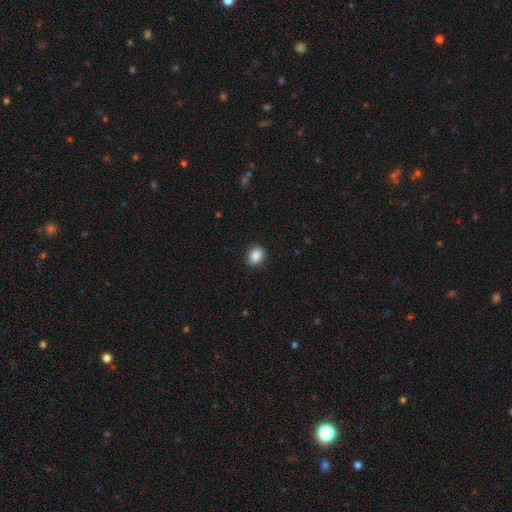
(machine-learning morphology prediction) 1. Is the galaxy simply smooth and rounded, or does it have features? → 88% smooth, 8% star or artifact, 3% featured or disk.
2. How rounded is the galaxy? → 54% in between, 45% round, 1% cigar-shaped.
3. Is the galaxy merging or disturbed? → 88% none, 9% minor disturbance, 2% major disturbance, 1% merger.